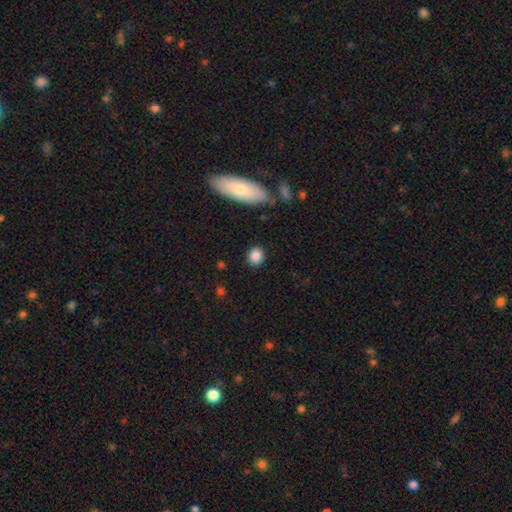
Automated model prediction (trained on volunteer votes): This is clearly a smooth galaxy (86%). How rounded: likely round (69%). Merging: clearly none (87%).